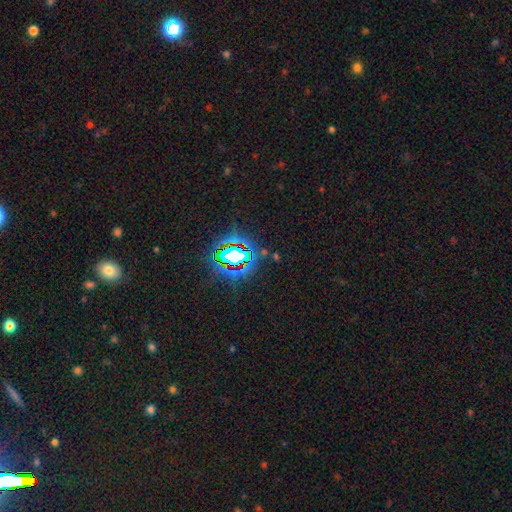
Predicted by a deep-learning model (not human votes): Smooth or featured? Predicted: star or artifact (p=0.81).